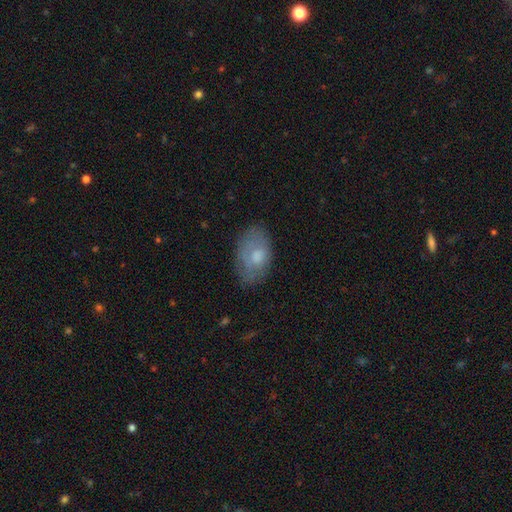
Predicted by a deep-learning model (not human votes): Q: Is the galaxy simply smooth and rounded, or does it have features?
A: smooth — 64%.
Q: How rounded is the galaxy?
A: in between — 90%.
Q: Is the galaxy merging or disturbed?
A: none — 62%.